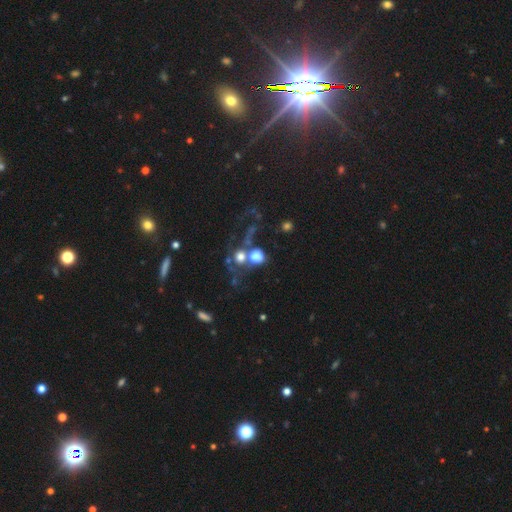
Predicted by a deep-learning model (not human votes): Smooth or featured? Predicted: smooth (p=0.69). How rounded? Predicted: round (p=0.71). Merging? Predicted: merger (p=0.46).